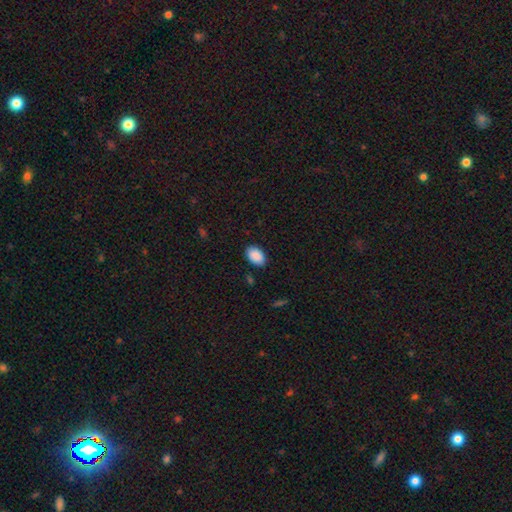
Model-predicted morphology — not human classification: The model was most divided on "merging": none: 87%, minor disturbance: 9%, major disturbance: 2%, merger: 1%. More confident: how rounded — in between (91%); smooth or featured — smooth (90%).